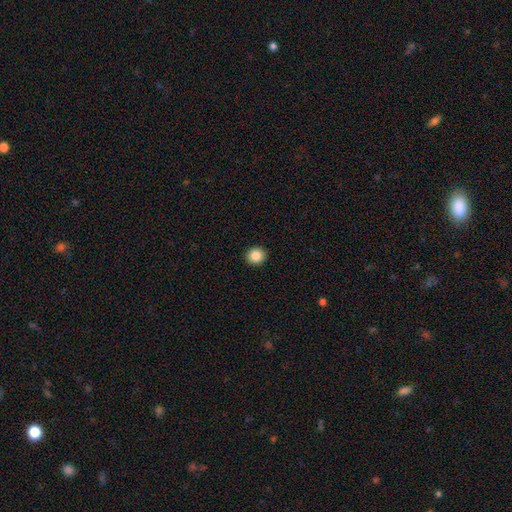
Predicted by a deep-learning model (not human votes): Morphology: type=smooth (87%); roundness=round (86%); merging=none (93%).